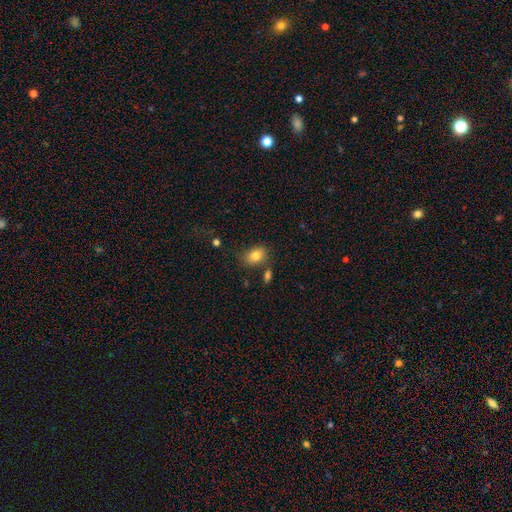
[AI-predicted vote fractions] The model was most divided on "how rounded": in between: 69%, round: 30%, cigar-shaped: 1%. More confident: smooth or featured — smooth (80%); merging — none (69%).